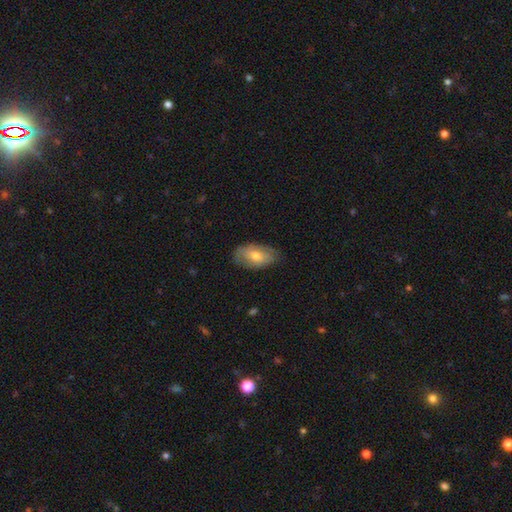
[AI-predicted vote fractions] Overall: smooth (64%; featured or disk 30%). How rounded: in between (92%). Merging: none (72%).